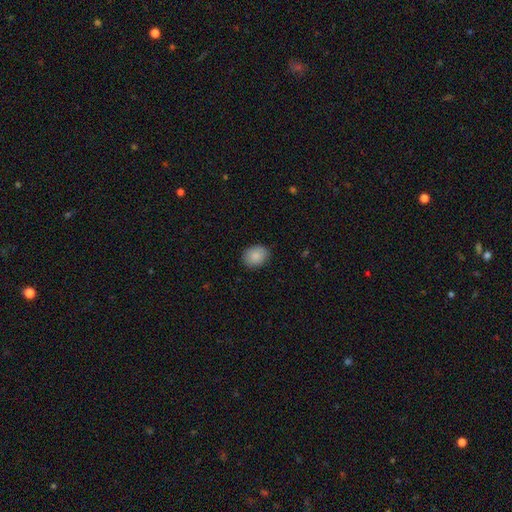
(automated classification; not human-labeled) smooth 87%, star or artifact 7%, featured or disk 5%. Down the decision tree: how rounded — round (51%); merging — none (86%).